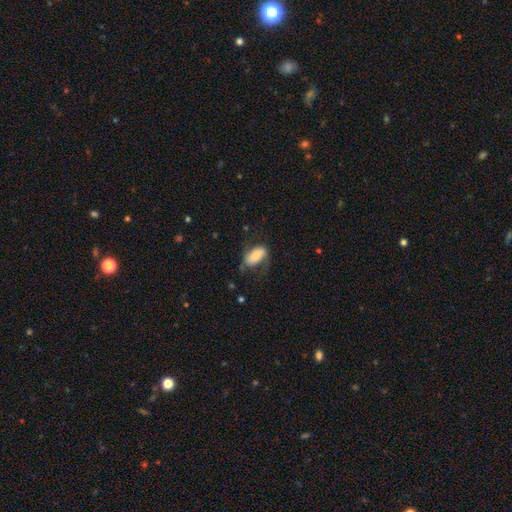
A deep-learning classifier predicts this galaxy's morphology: smooth_or_featured: smooth (p=0.67) [alt: featured or disk p=0.26]
how_rounded: in between (p=0.91) [alt: cigar-shaped p=0.05]
merging: none (p=0.48) [alt: minor disturbance p=0.29]